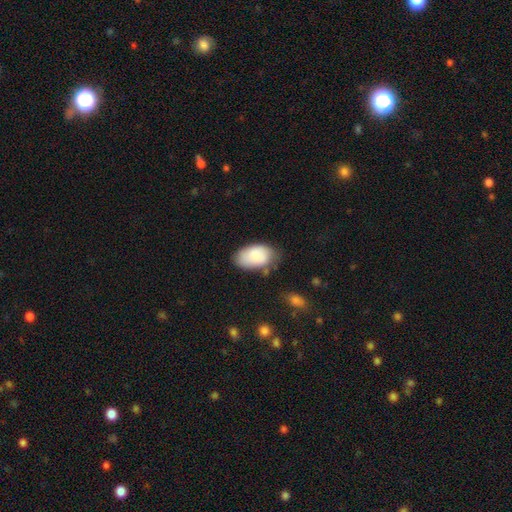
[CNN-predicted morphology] type=smooth (82%); roundness=in between (93%); merging=none (63%).